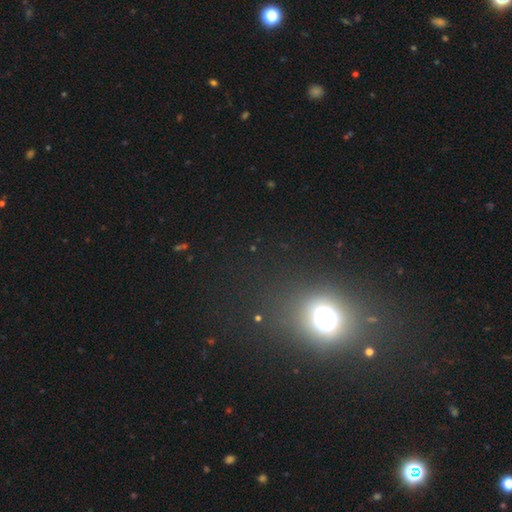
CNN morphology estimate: A star or artifact, not a galaxy (46%).